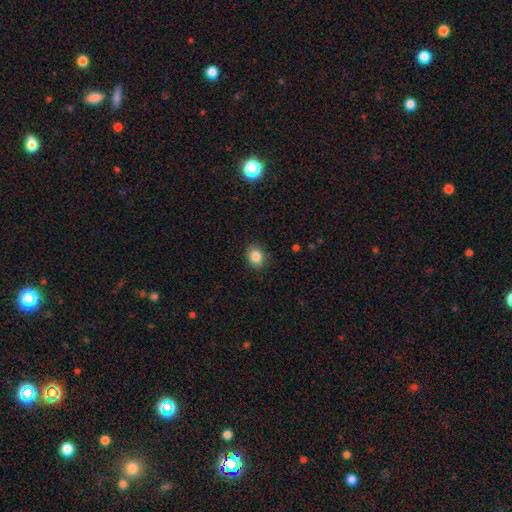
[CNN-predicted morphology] This appears to be a smooth galaxy with no disk features (85%) that is in between round and cigar-shaped (55%). Merging: none (88%).